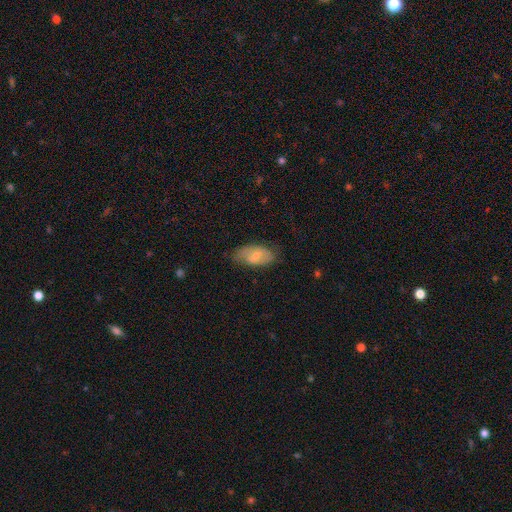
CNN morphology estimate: The model was most divided on "smooth or featured": smooth: 61%, featured or disk: 32%, star or artifact: 6%. More confident: how rounded — in between (92%); merging — none (65%).